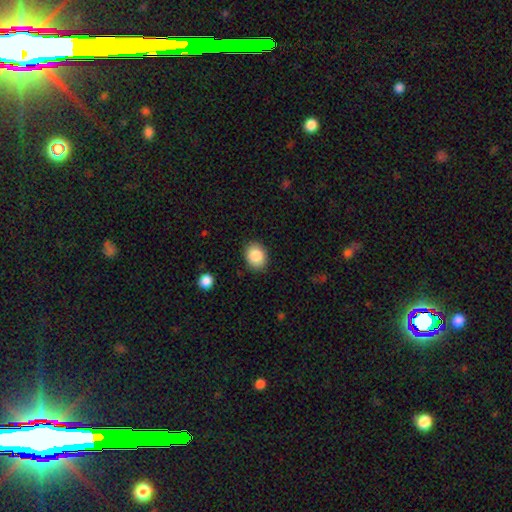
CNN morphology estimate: smooth-or-featured: smooth: 87% | star or artifact: 8% | featured or disk: 5%
  how-rounded: in between: 59% | round: 40% | cigar-shaped: 1%
  merging: none: 87% | minor disturbance: 9% | major disturbance: 2% | merger: 1%